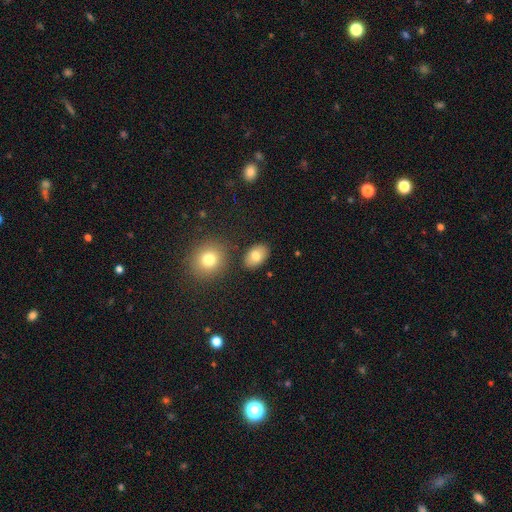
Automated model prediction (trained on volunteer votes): Morphology: type=smooth (78%); roundness=in between (86%); merging=none (82%).